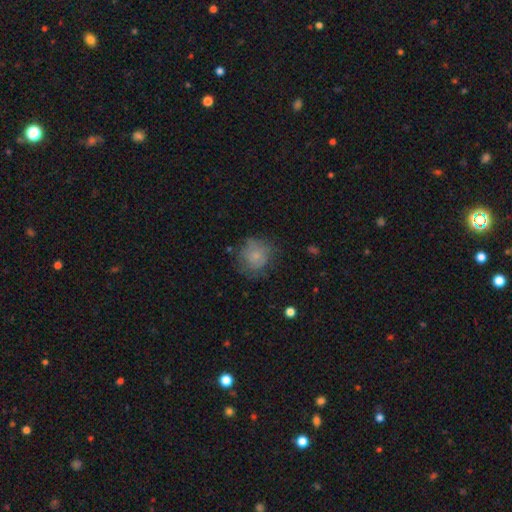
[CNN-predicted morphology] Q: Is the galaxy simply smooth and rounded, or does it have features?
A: smooth — 67%.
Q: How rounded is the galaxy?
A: round — 85%.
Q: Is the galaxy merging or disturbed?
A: none — 62%.